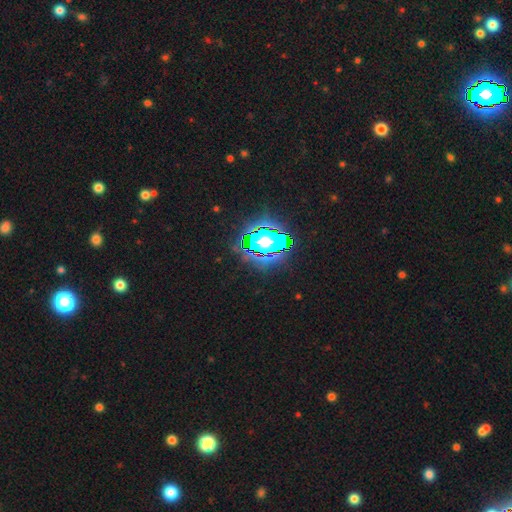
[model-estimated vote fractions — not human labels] This appears to be a star or artifact, not a galaxy (83%).